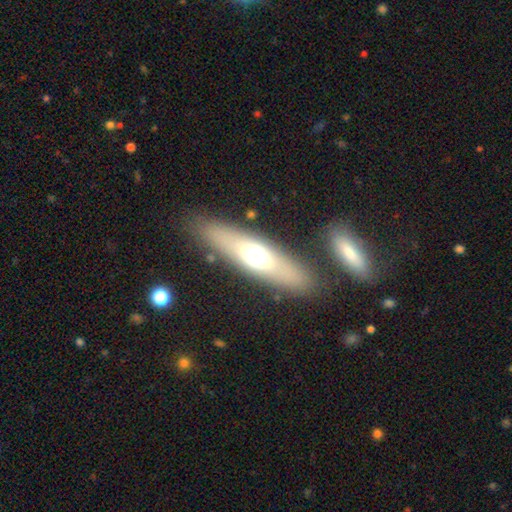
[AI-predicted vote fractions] Smooth or featured: smooth — 54% (featured or disk — 37%)
How rounded: cigar-shaped — 57% (in between — 40%)
Merging: none — 83% (minor disturbance — 9%)